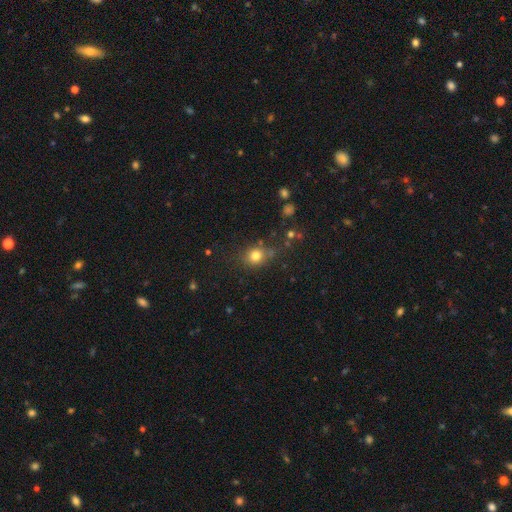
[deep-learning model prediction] smooth_or_featured: smooth (p=0.78) [alt: star or artifact p=0.14]
how_rounded: round (p=0.75) [alt: in between p=0.24]
merging: none (p=0.72) [alt: minor disturbance p=0.16]